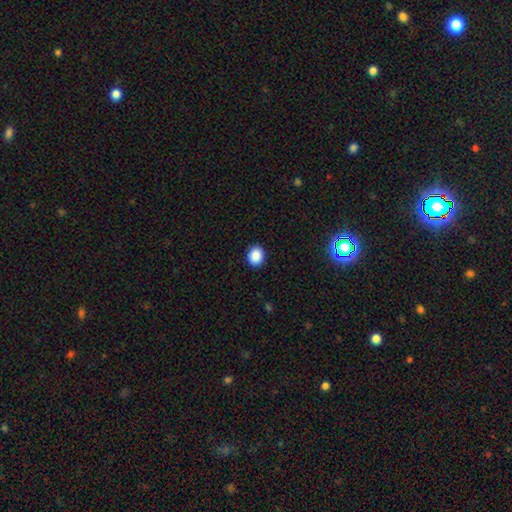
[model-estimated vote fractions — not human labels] This appears to be a smooth galaxy with no disk features (88%) that is round (70%). Merging: none (91%).